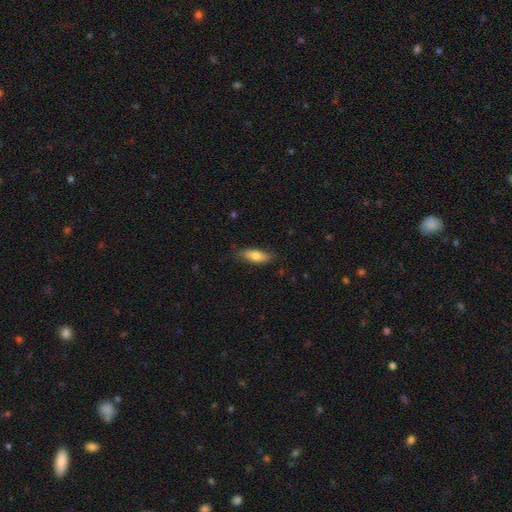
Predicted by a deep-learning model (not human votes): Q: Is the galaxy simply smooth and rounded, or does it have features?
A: smooth — 74%.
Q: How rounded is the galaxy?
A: in between — 72%.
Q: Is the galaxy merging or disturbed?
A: none — 77%.